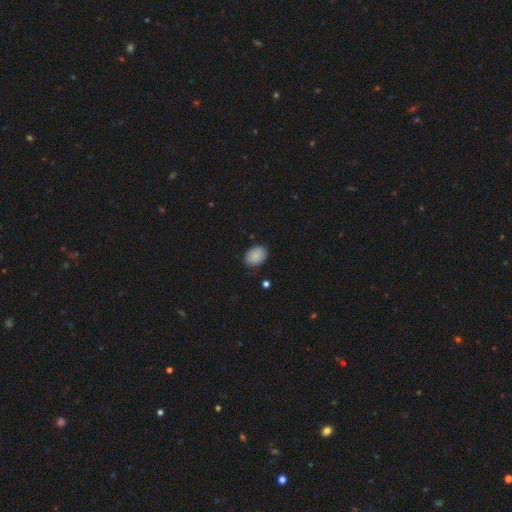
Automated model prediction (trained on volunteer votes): A smooth galaxy with no disk features (87%) that is in between round and cigar-shaped (72%). Merging: none (79%).